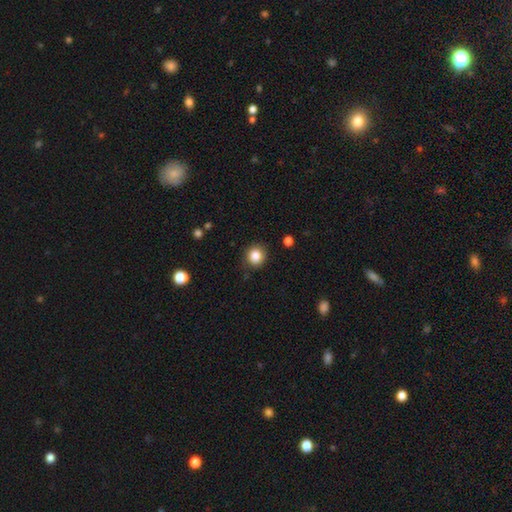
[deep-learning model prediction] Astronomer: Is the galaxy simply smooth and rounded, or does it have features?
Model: smooth — 84%.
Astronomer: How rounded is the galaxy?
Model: round — 88%.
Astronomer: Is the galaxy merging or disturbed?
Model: none — 86%.